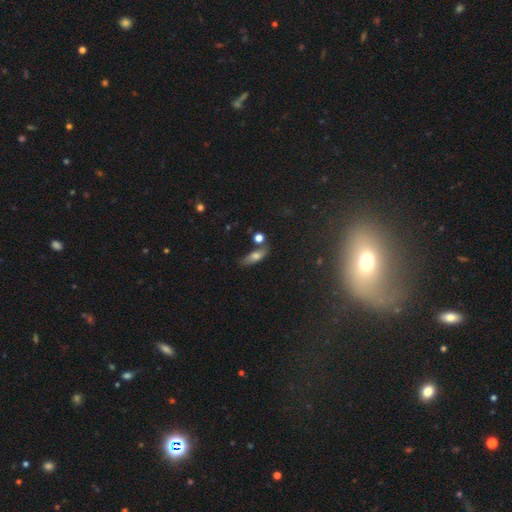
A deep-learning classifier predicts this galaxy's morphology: Overall: smooth (70%). How rounded: in between (61%; cigar-shaped 33%). Merging: none (60%).